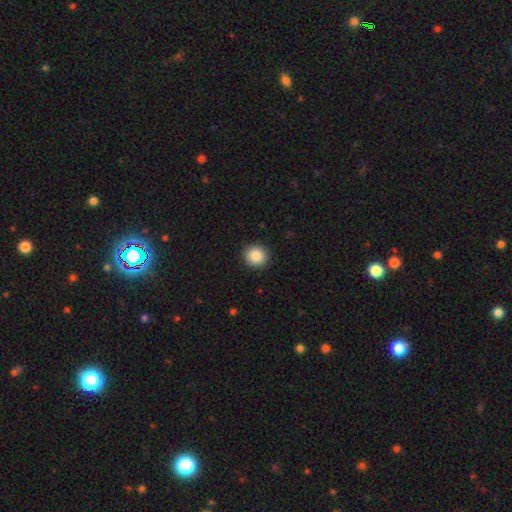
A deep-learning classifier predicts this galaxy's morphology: Smooth or featured? smooth (87%)
How rounded? round (88%)
Merging? none (92%)